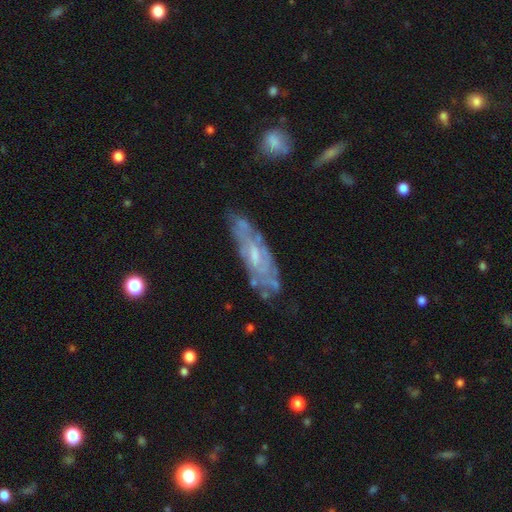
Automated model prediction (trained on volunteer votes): Morphology: type=featured or disk (73%); edge-on=no (77%); bar=no (47%); spiral arms=yes (70%); bulge=small (46%); merging=none (64%).